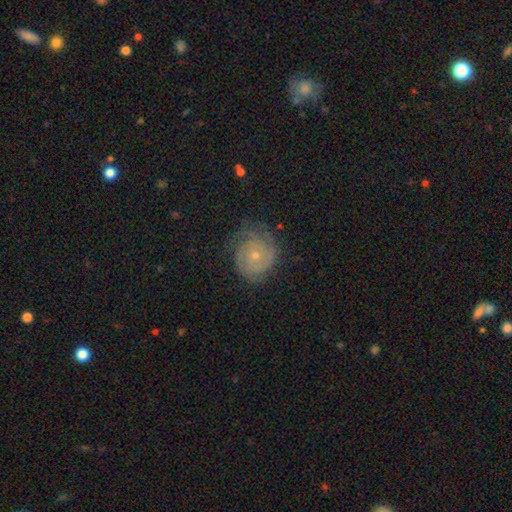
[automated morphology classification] Smooth or featured? featured or disk (75%)
Edge-on disk? no (98%)
Bar? no (82%)
Spiral arms? yes (93%)
Spiral winding? tight (71%)
Spiral arm count? can't tell (30%, tied with 2)
Bulge size? small (72%)
Merging? none (70%)